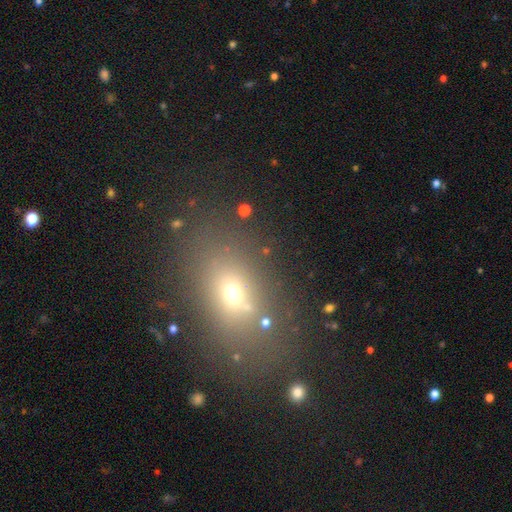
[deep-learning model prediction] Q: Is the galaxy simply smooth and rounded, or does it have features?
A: smooth — 57%.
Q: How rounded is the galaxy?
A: in between — 68%.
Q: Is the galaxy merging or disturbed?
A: none — 79%.